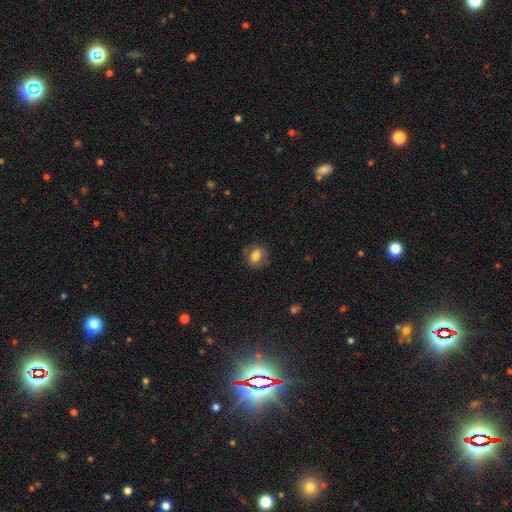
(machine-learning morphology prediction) Overall: smooth (77%). How rounded: round (53%; in between 46%). Merging: none (79%).